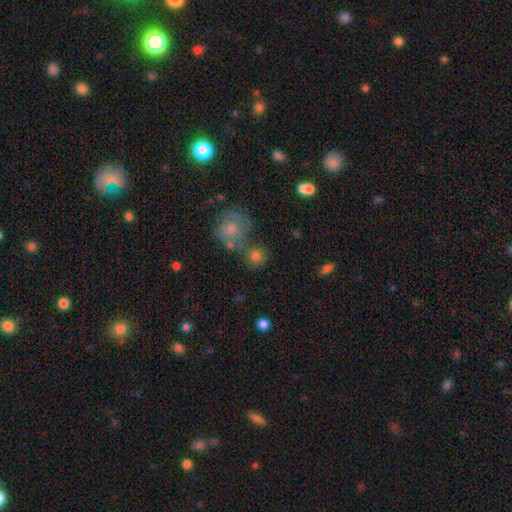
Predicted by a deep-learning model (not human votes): The model was most divided on "merging": none: 53%, merger: 29%, minor disturbance: 12%, major disturbance: 7%. More confident: how rounded — round (87%); smooth or featured — smooth (76%).